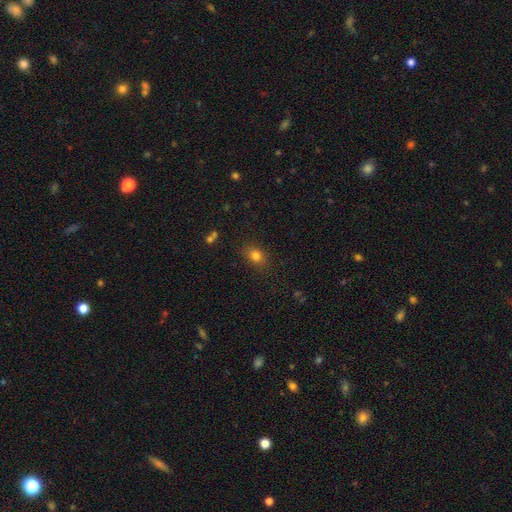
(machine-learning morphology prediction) A smooth galaxy with no disk features (79%) that is in between round and cigar-shaped (58%). Merging: none (83%).